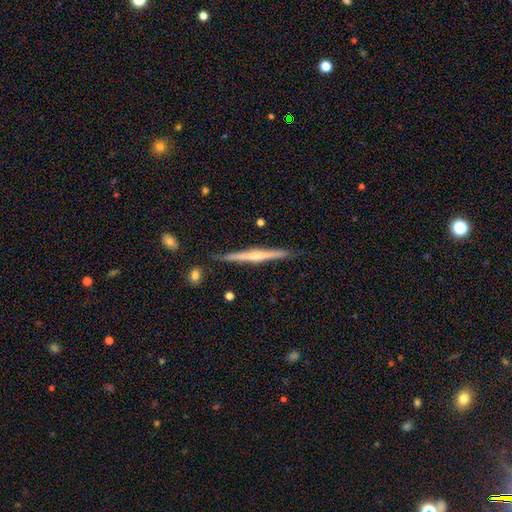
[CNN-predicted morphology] Q: Smooth or featured?
A: featured or disk (71%); runner-up: smooth (23%)
Q: Edge-on disk?
A: yes (98%); runner-up: no (2%)
Q: Edge-on bulge?
A: rounded (67%); runner-up: none (26%)
Q: Merging?
A: none (87%); runner-up: minor disturbance (9%)